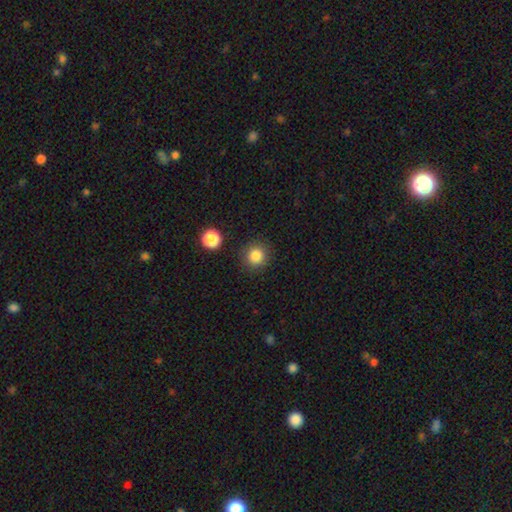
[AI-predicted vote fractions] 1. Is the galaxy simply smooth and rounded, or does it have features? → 84% smooth, 11% star or artifact, 5% featured or disk.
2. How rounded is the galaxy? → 93% round, 6% in between, 1% cigar-shaped.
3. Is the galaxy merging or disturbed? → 89% none, 7% minor disturbance, 3% major disturbance, 2% merger.